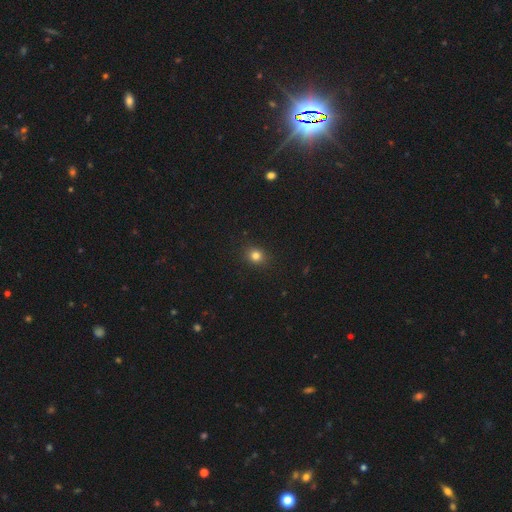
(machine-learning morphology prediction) Overall: smooth (81%). How rounded: round (74%). Merging: none (90%).